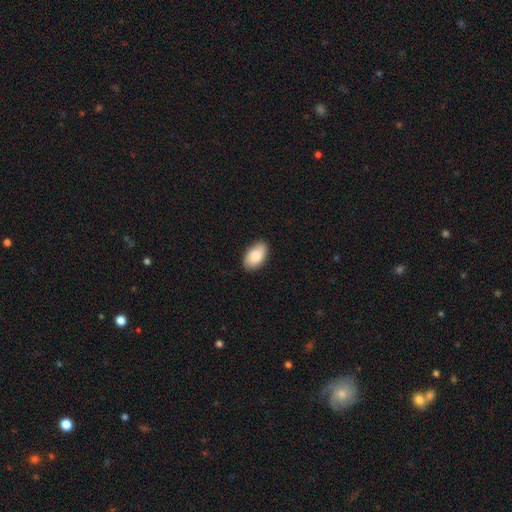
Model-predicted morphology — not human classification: type=smooth (87%); roundness=in between (94%); merging=none (85%).